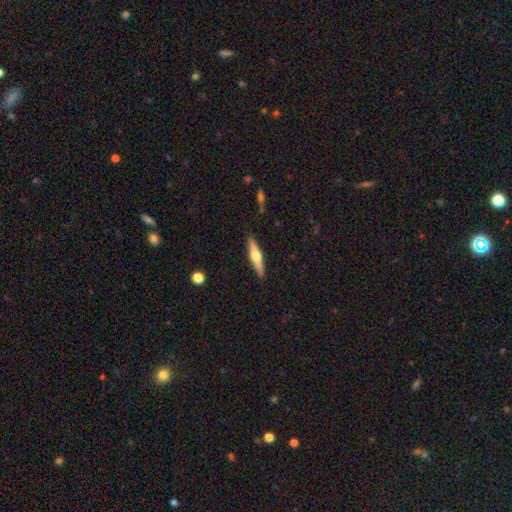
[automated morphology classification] A featured or disk galaxy (59%) viewed edge-on (96%) with a rounded central bulge (93%).

Vote fractions:
- Smooth or featured? featured or disk: 59% / smooth: 35% / star or artifact: 6%
- Edge-on disk? yes: 96% / no: 4%
- Edge-on bulge? rounded: 93% / boxy: 4% / none: 3%
- Merging? none: 89% / minor disturbance: 8% / major disturbance: 2% / merger: 1%